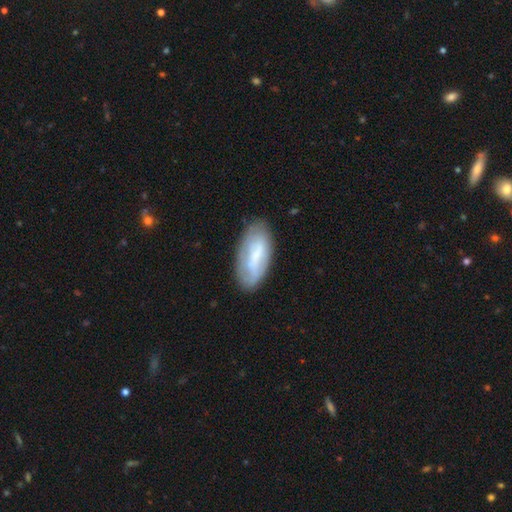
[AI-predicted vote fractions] This is possibly a smooth galaxy (50%). Merging: likely none (74%).